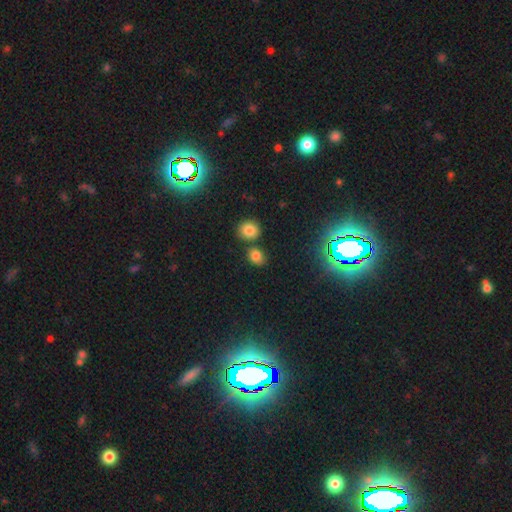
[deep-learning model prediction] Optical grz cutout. It shows a smooth galaxy with no disk features (77%) that is round (51%). Merging: none (69%).